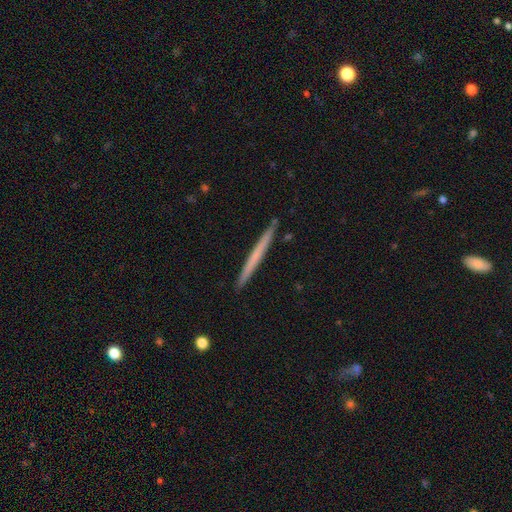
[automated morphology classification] smooth-or-featured: smooth: 51% | featured or disk: 43% | star or artifact: 6%
  how-rounded: cigar-shaped: 97% | in between: 1% | round: 1%
  merging: none: 92% | minor disturbance: 6% | merger: 1% | major disturbance: 1%